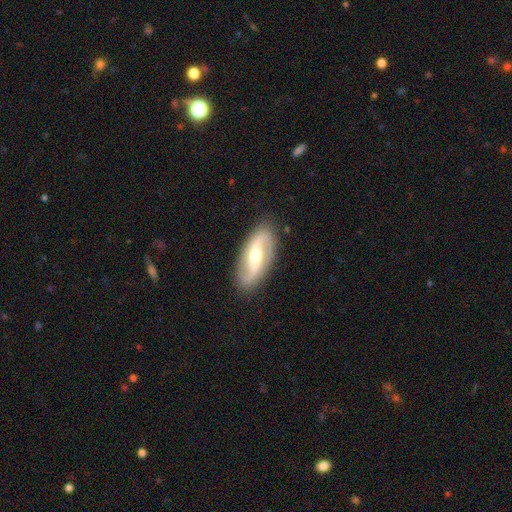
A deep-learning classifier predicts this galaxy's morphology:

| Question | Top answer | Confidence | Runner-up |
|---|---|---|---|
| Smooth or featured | featured or disk | 81% | smooth (14%) |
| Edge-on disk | no | 93% | yes (7%) |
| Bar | weak | 40% | strong (30%) |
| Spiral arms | yes | 93% | no (7%) |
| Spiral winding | loose | 56% | medium (32%) |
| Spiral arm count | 2 | 92% | can't tell (3%) |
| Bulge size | moderate | 55% | small (38%) |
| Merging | none | 87% | minor disturbance (9%) |